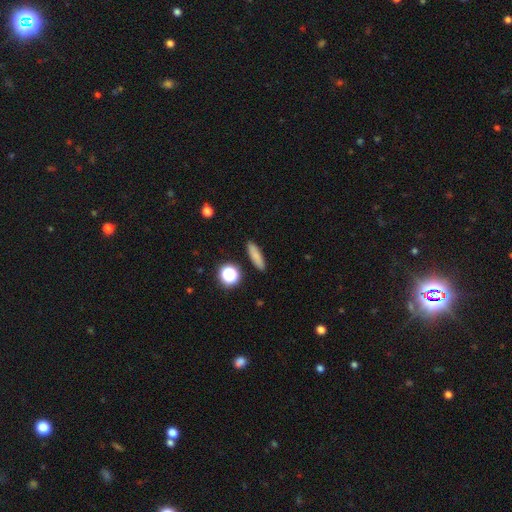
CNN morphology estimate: Smooth or featured? smooth (80%)
How rounded? cigar-shaped (69%)
Merging? none (88%)